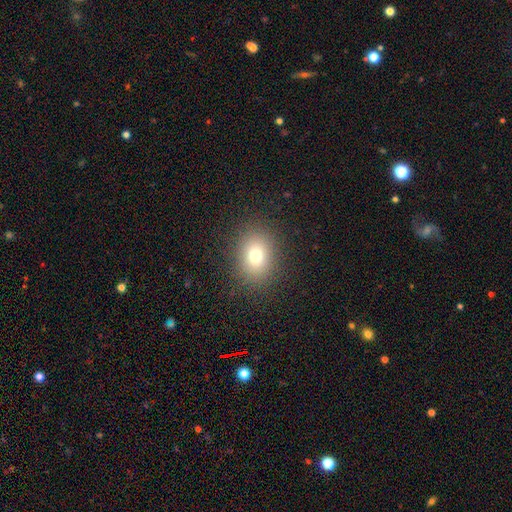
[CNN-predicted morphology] smooth 75%, star or artifact 14%, featured or disk 10%. Down the decision tree: how rounded — round (50%, tied with in between); merging — none (87%).